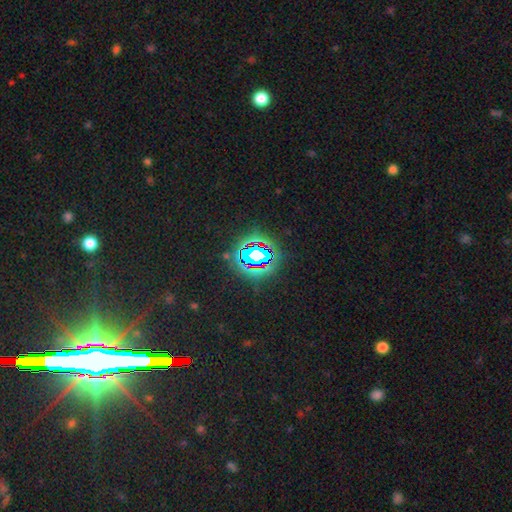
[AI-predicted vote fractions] Overall: star or artifact (73%).